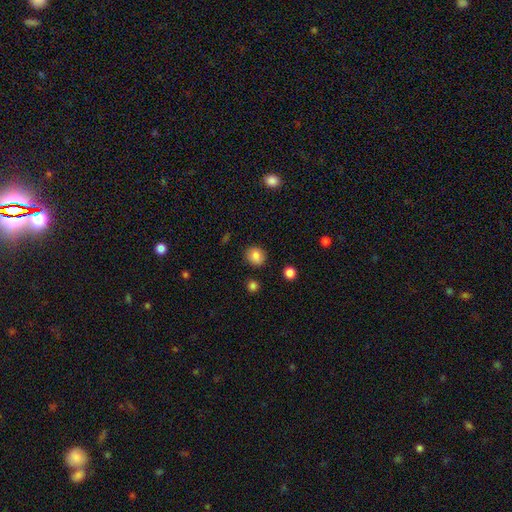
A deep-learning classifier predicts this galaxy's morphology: Overall: smooth (85%). How rounded: round (79%). Merging: none (88%).